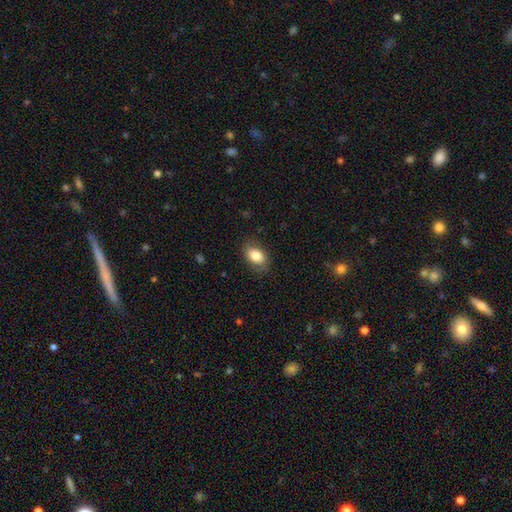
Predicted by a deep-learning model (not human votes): This appears to be a smooth galaxy with no disk features (82%) that is in between round and cigar-shaped (86%). Merging: none (81%).